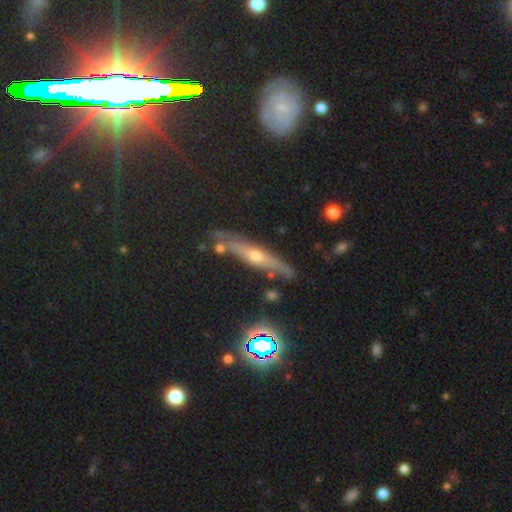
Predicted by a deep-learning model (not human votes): This appears to be a featured or disk galaxy (56%) viewed edge-on (87%). Merging: none (80%).